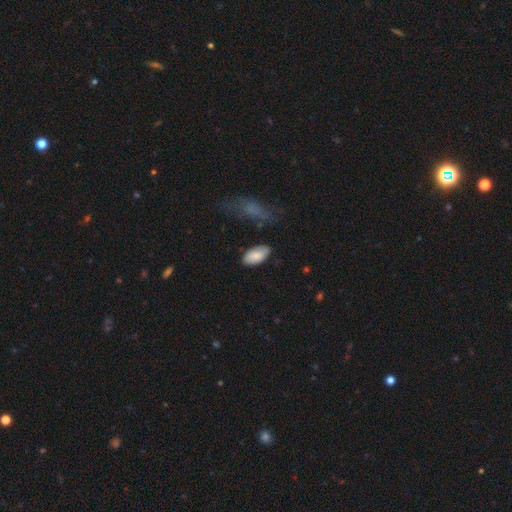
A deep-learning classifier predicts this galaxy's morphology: Smooth or featured? Predicted: smooth (p=0.84). How rounded? Predicted: in between (p=0.95). Merging? Predicted: none (p=0.77).